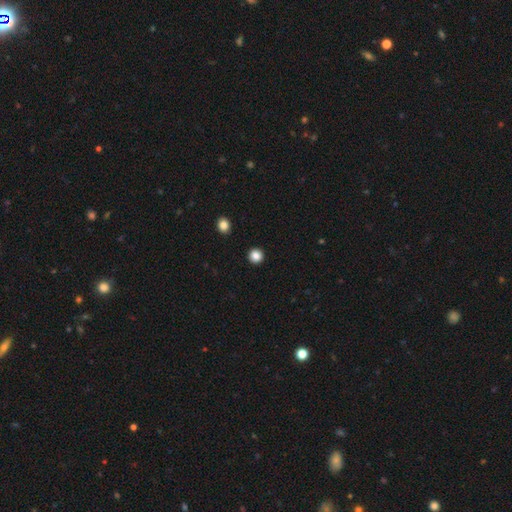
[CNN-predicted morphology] Smooth or featured? smooth (86%)
How rounded? round (95%)
Merging? none (94%)